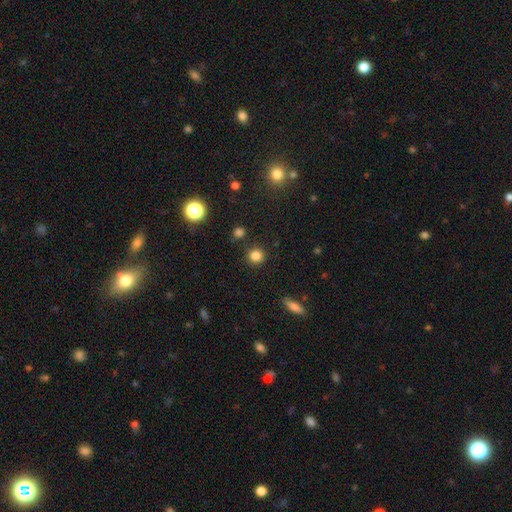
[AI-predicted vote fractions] Morphology: type=smooth (83%); roundness=round (91%); merging=none (87%).